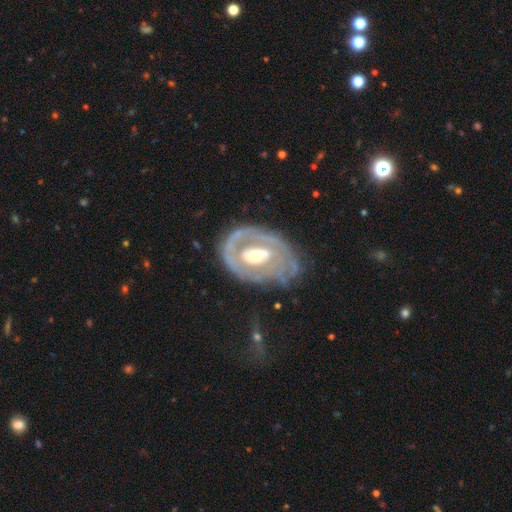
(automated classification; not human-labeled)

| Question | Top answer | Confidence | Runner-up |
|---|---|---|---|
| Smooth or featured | featured or disk | 81% | smooth (14%) |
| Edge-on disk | no | 95% | yes (5%) |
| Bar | no | 41% | weak (37%) |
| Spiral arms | yes | 65% | no (35%) |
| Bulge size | moderate | 66% | small (22%) |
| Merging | none | 55% | minor disturbance (25%) |